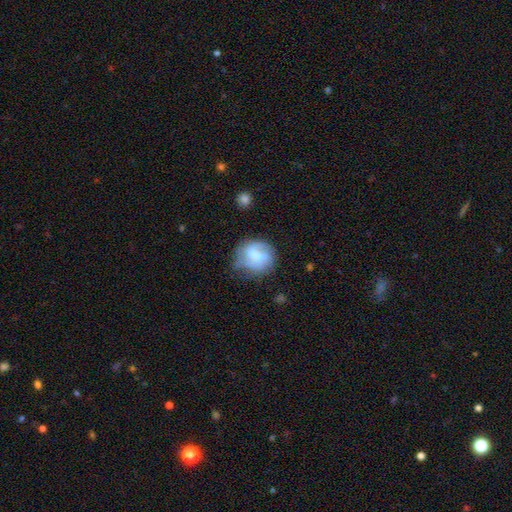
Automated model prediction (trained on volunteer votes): Overall: featured or disk (50%; smooth 42%). Merging: none (54%; minor disturbance 26%).